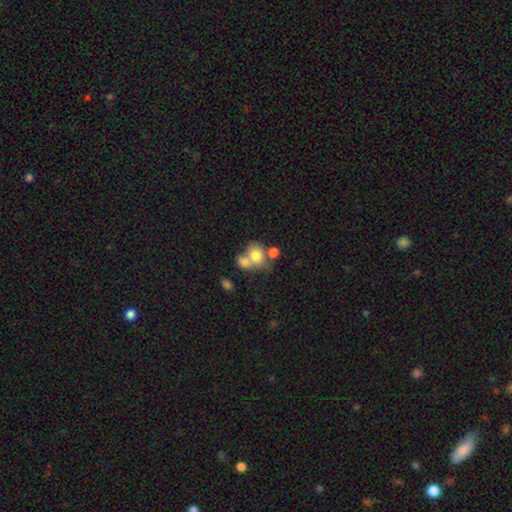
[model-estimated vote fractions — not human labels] Smooth or featured? Predicted: smooth (p=0.74). How rounded? Predicted: round (p=0.59). Merging? Predicted: merger (p=0.54).